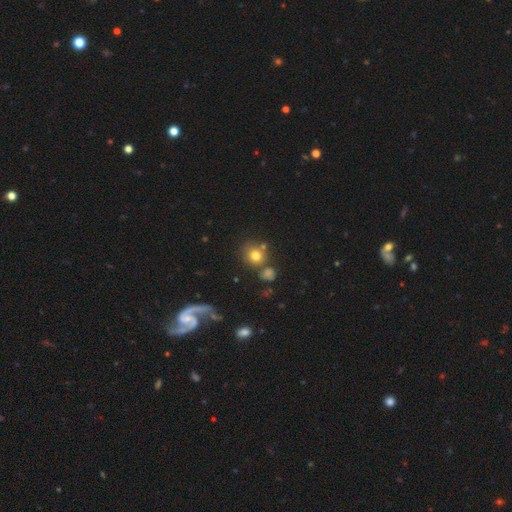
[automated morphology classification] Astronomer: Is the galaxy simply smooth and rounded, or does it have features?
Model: smooth — 75%.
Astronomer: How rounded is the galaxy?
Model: round — 83%.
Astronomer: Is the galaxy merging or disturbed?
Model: none — 63%.